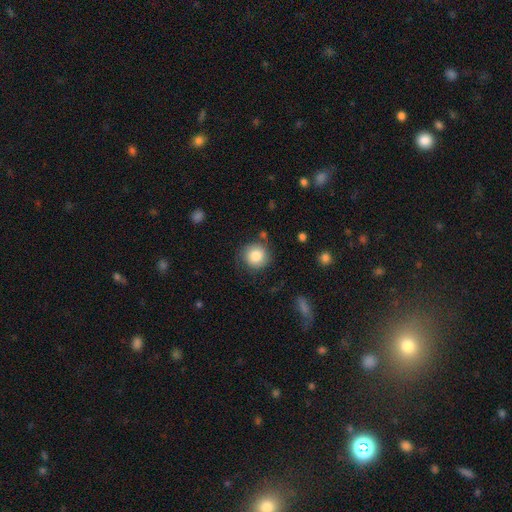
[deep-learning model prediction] A smooth galaxy with no disk features (80%) that is round (92%). Merging: none (79%).